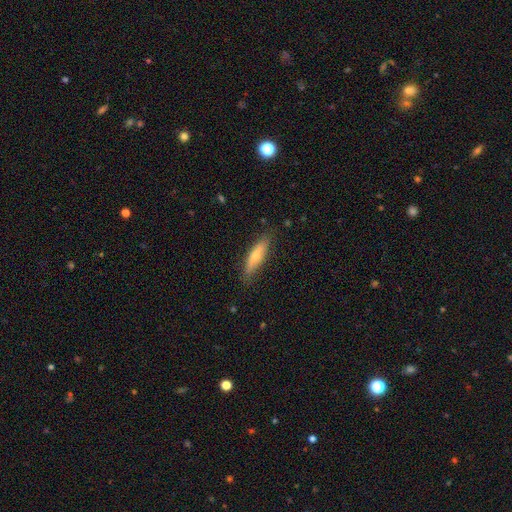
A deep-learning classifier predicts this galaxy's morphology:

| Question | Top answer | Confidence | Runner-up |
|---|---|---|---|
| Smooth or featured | smooth | 63% | featured or disk (31%) |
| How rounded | cigar-shaped | 74% | in between (24%) |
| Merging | none | 83% | minor disturbance (13%) |